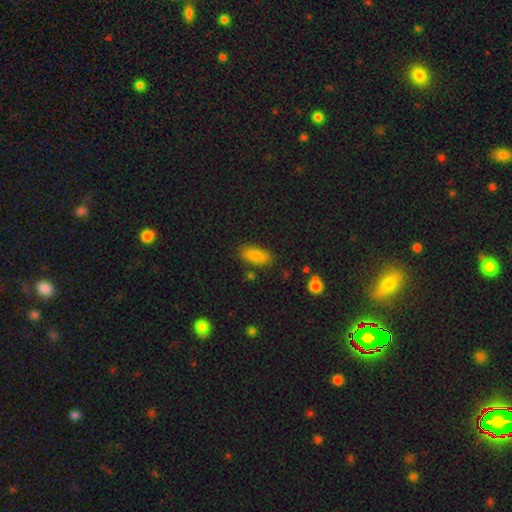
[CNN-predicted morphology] This appears to be a smooth galaxy with no disk features (85%) that is in between round and cigar-shaped (83%). Merging: none (85%).